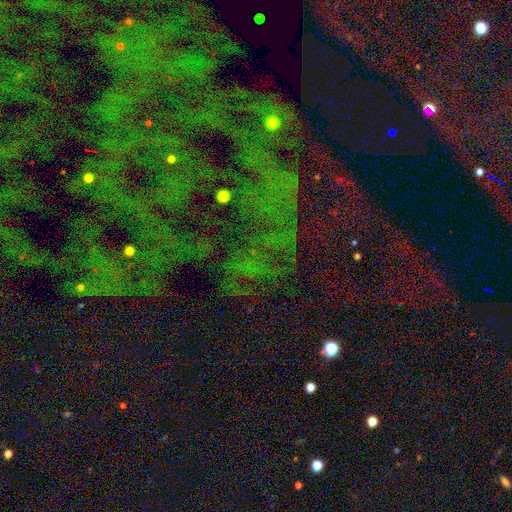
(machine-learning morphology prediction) The model was most divided on "smooth or featured": star or artifact: 82%, featured or disk: 9%, smooth: 9%.